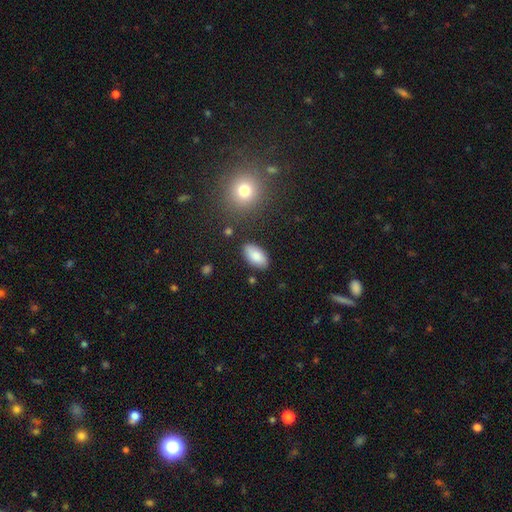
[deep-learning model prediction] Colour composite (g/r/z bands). It shows a smooth galaxy with no disk features (84%) that is in between round and cigar-shaped (94%). Merging: none (83%).